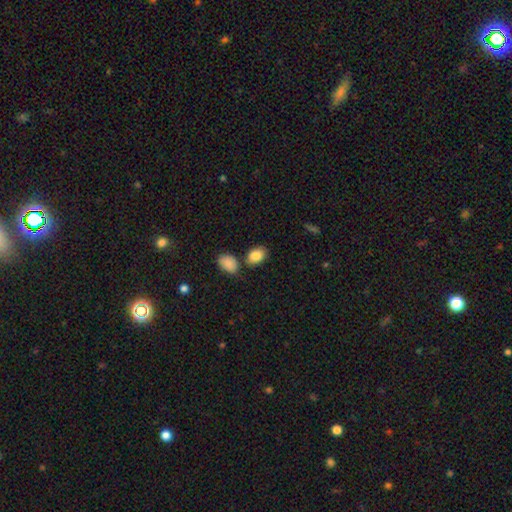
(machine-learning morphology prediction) This appears to be a smooth galaxy with no disk features (86%) that is in between round and cigar-shaped (85%). Merging: none (71%).